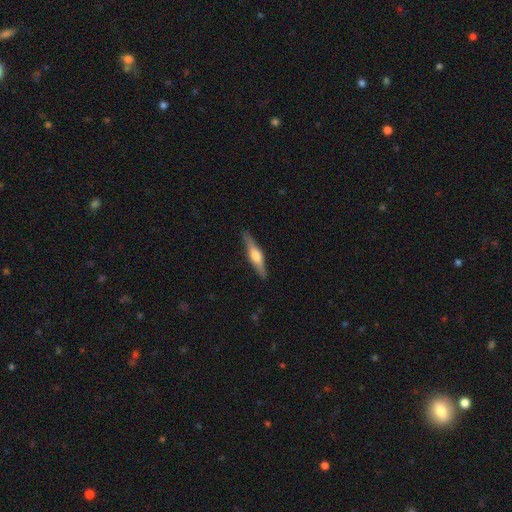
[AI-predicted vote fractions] A featured or disk galaxy (60%) viewed edge-on (96%) with a rounded central bulge (82%).

Vote fractions:
- Smooth or featured? featured or disk: 60% / smooth: 35% / star or artifact: 5%
- Edge-on disk? yes: 96% / no: 4%
- Edge-on bulge? rounded: 82% / boxy: 14% / none: 4%
- Merging? none: 87% / minor disturbance: 10% / major disturbance: 2% / merger: 1%